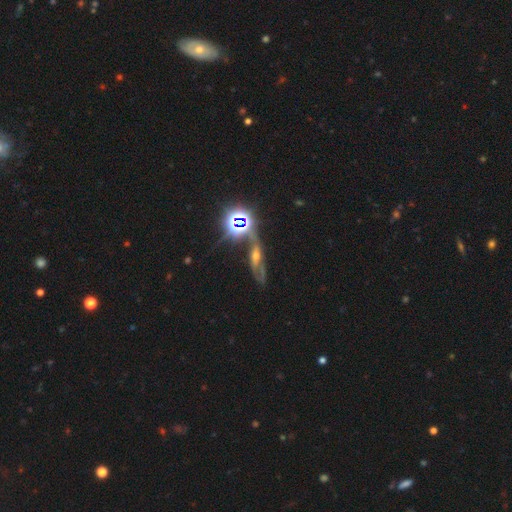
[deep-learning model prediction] Overall: featured or disk (52%; star or artifact 32%). Edge-on disk: no (72%). Merging: none (46%; major disturbance 21%).